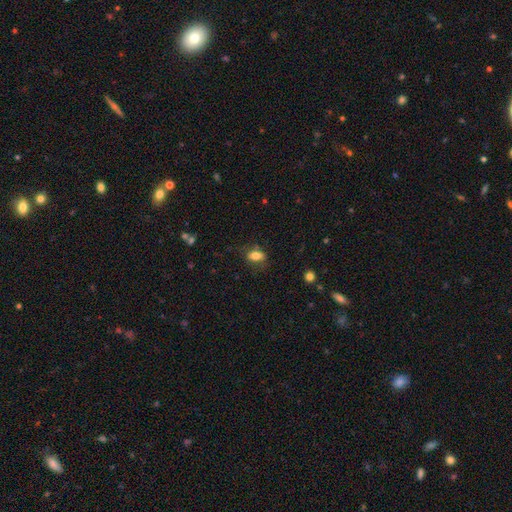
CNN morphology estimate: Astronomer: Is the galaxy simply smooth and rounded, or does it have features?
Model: smooth — 76%.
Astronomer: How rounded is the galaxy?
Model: in between — 84%.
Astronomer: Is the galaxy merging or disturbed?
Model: none — 67%.